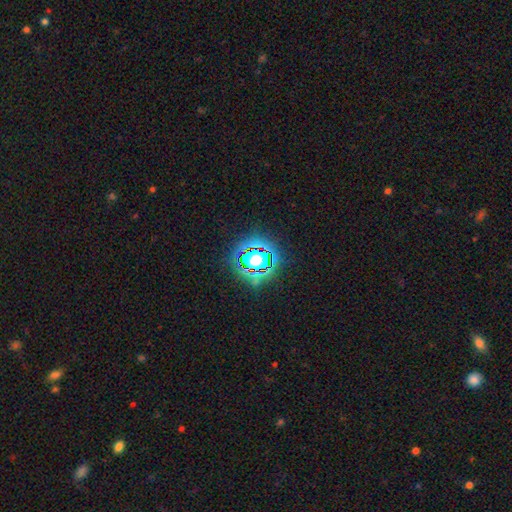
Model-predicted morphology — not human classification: Smooth or featured? star or artifact (60%)